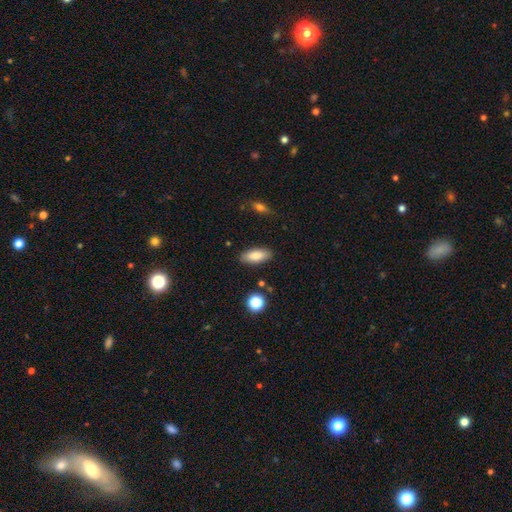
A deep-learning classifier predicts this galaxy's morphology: A smooth galaxy with no disk features (84%) that is in between round and cigar-shaped (81%).

Vote fractions:
- Smooth or featured? smooth: 84% / featured or disk: 9% / star or artifact: 7%
- How rounded? in between: 81% / cigar-shaped: 17% / round: 2%
- Merging? none: 86% / minor disturbance: 10% / major disturbance: 2% / merger: 2%